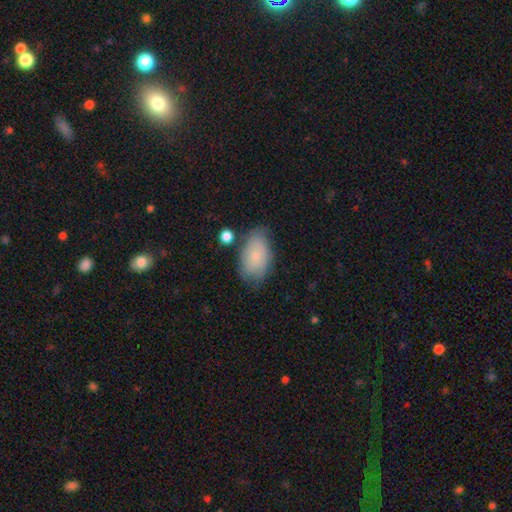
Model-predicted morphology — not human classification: This appears to be a smooth galaxy with no disk features (73%) that is in between round and cigar-shaped (92%). Merging: none (68%).